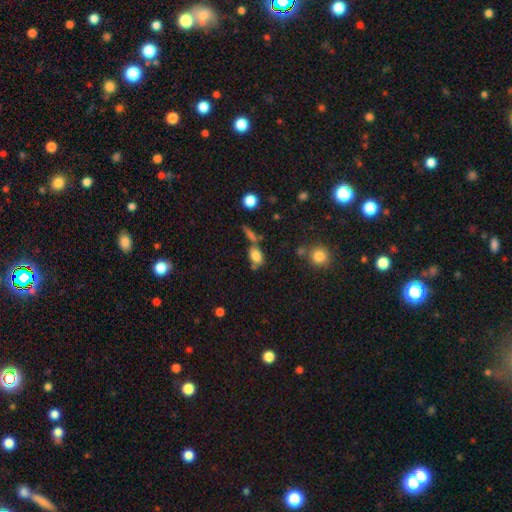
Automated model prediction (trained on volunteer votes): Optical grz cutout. It shows a smooth galaxy with no disk features (79%) that is in between round and cigar-shaped (76%). Merging: none (54%).